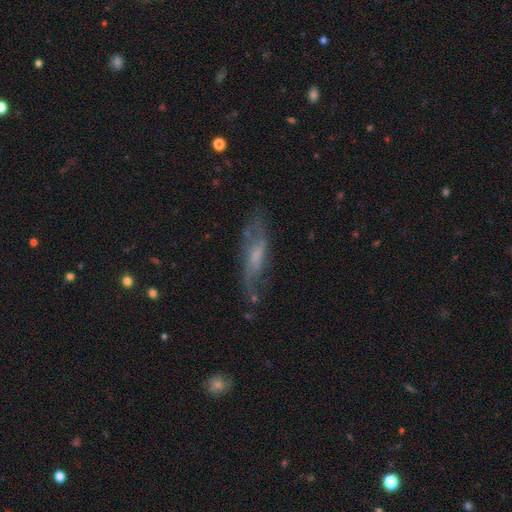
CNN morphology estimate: A featured or disk galaxy (61%). Merging: none (59%).